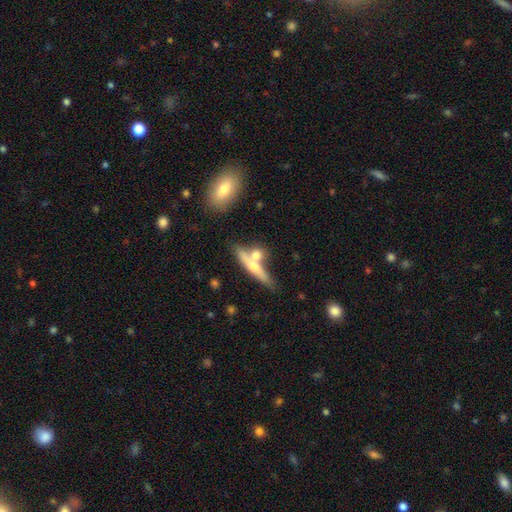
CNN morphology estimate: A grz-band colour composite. It shows a smooth galaxy with no disk features (54%) that is cigar-shaped (63%). Merging: none (47%).